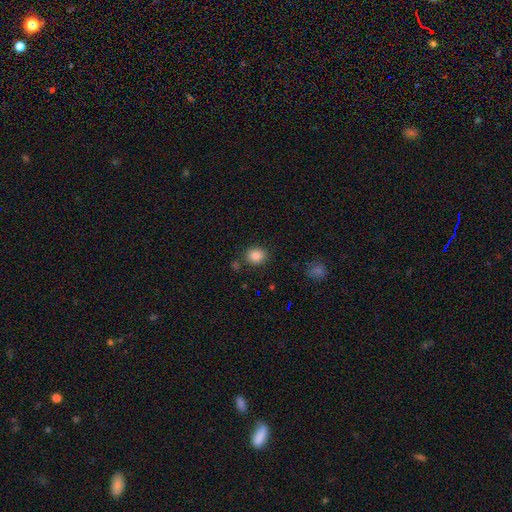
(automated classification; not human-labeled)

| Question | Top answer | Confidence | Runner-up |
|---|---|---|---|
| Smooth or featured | smooth | 85% | star or artifact (10%) |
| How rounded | round | 72% | in between (28%) |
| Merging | none | 82% | minor disturbance (10%) |